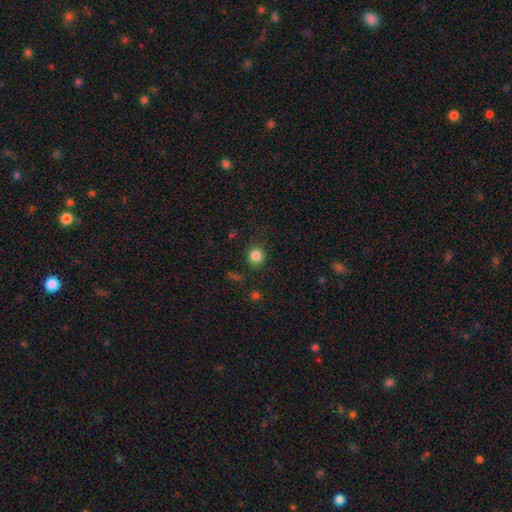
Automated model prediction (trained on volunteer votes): The model was most divided on "smooth or featured": smooth: 84%, star or artifact: 11%, featured or disk: 5%. More confident: how rounded — round (88%); merging — none (86%).